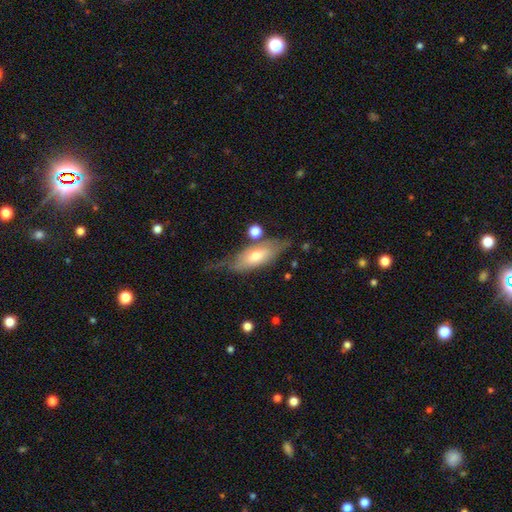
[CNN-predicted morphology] The model was most divided on "smooth or featured": smooth: 53%, featured or disk: 41%, star or artifact: 6%. Remaining: how rounded — in between (69%); merging — none (47%).